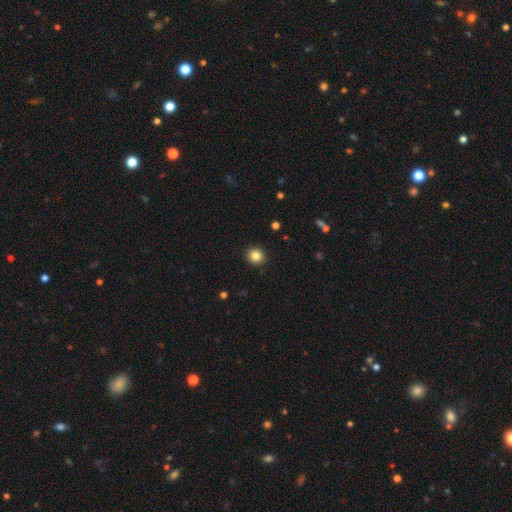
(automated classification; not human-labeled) A smooth galaxy with no disk features (84%) that is round (89%).

Vote fractions:
- Smooth or featured? smooth: 84% / star or artifact: 11% / featured or disk: 5%
- How rounded? round: 89% / in between: 10% / cigar-shaped: 1%
- Merging? none: 92% / minor disturbance: 5% / major disturbance: 2% / merger: 1%